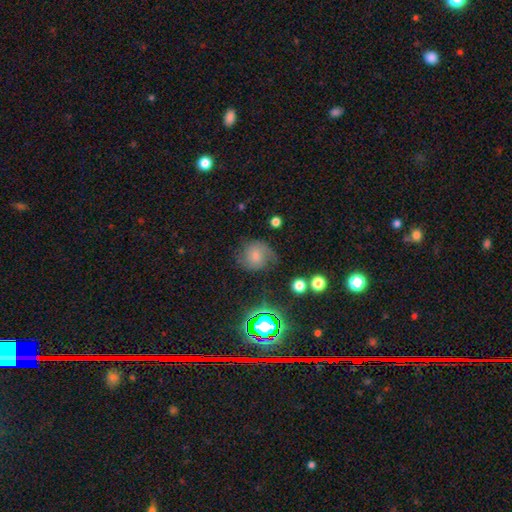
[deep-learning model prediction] A smooth galaxy with no disk features (48%).

Vote fractions:
- Smooth or featured? smooth: 48% / featured or disk: 37% / star or artifact: 15%
- Merging? none: 57% / minor disturbance: 25% / major disturbance: 15% / merger: 3%